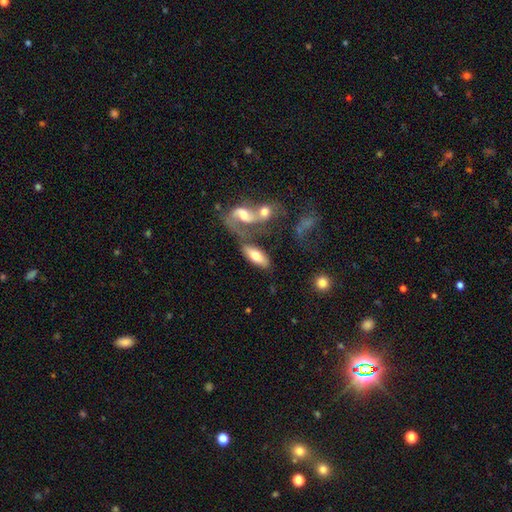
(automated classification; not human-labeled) Smooth or featured? smooth (62%)
How rounded? in between (78%)
Merging? merger (41%)